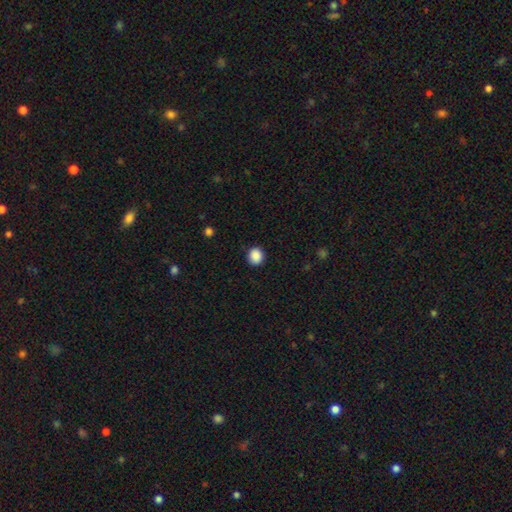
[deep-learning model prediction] The model was most divided on "how rounded": round: 82%, in between: 17%, cigar-shaped: 1%. More confident: merging — none (90%); smooth or featured — smooth (89%).